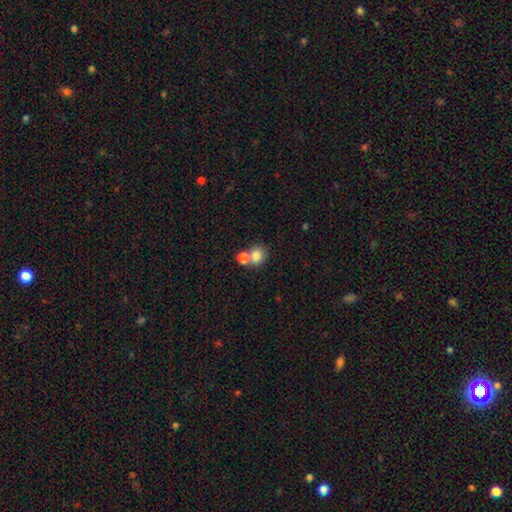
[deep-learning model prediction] The model was most divided on "merging": none: 46%, merger: 44%, minor disturbance: 7%, major disturbance: 3%. More confident: smooth or featured — smooth (81%); how rounded — round (76%).